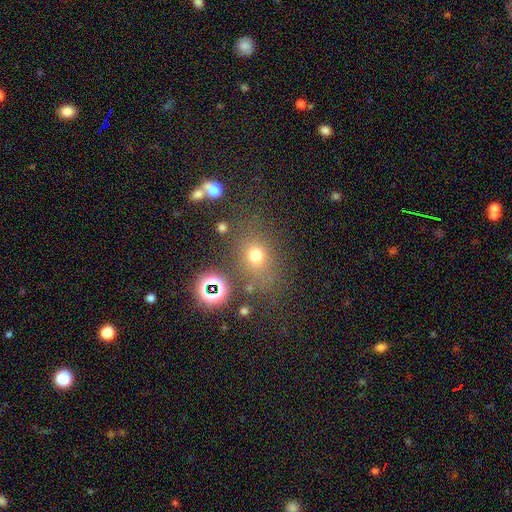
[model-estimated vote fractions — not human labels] smooth-or-featured: smooth: 66% | star or artifact: 24% | featured or disk: 10%
  how-rounded: round: 61% | in between: 38% | cigar-shaped: 2%
  merging: none: 69% | minor disturbance: 14% | major disturbance: 9% | merger: 8%